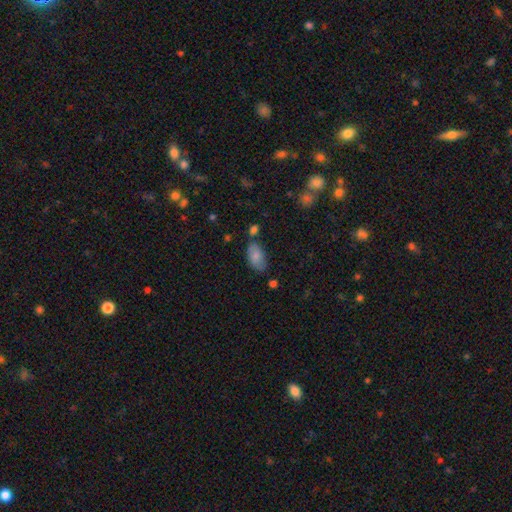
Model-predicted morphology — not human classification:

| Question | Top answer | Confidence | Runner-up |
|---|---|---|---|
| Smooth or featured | smooth | 81% | featured or disk (12%) |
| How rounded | in between | 94% | round (3%) |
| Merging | none | 67% | minor disturbance (20%) |